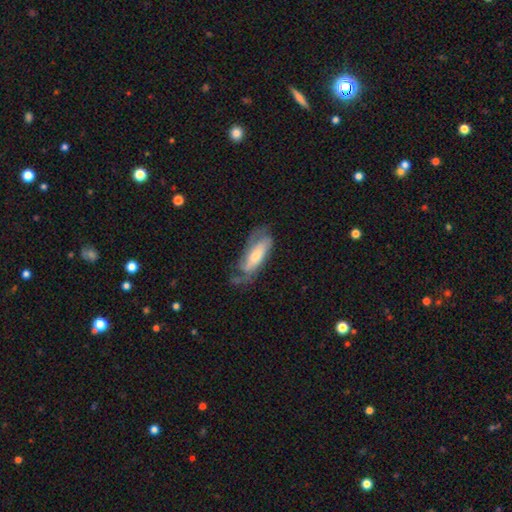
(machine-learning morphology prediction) The model was most divided on "smooth or featured": featured or disk: 58%, smooth: 36%, star or artifact: 6%. More confident: edge-on disk — no (84%); merging — none (50%).